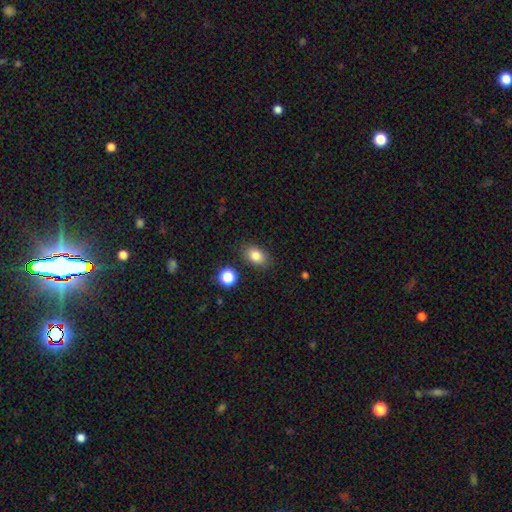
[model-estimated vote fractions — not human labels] smooth_or_featured: smooth (p=0.83) [alt: star or artifact p=0.10]
how_rounded: in between (p=0.80) [alt: round p=0.19]
merging: none (p=0.84) [alt: minor disturbance p=0.11]